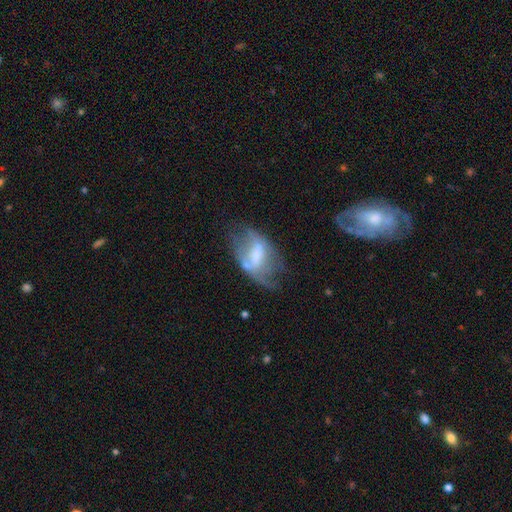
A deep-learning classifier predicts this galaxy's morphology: smooth_or_featured: featured or disk (p=0.60) [alt: smooth p=0.31]
disk_edge_on: no (p=0.94) [alt: yes p=0.06]
bar: weak (p=0.40) [alt: no p=0.36]
has_spiral_arms: yes (p=0.50) [tied with: no p=0.50]
bulge_size: moderate (p=0.35) [alt: small p=0.26]
merging: none (p=0.34) [alt: major disturbance p=0.33]